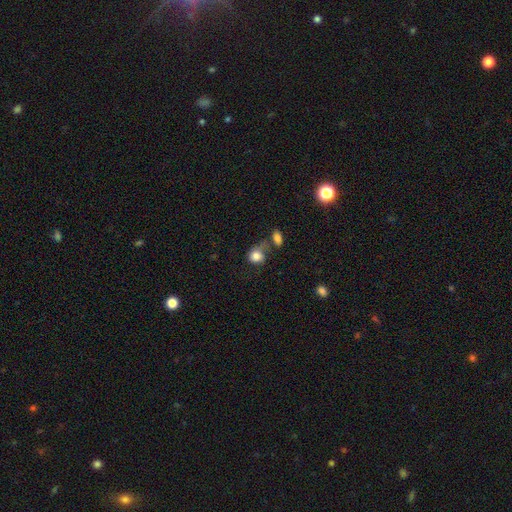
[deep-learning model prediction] Q: Smooth or featured?
A: smooth (81%); runner-up: featured or disk (11%)
Q: How rounded?
A: round (62%); runner-up: in between (37%)
Q: Merging?
A: none (35%); runner-up: merger (28%)